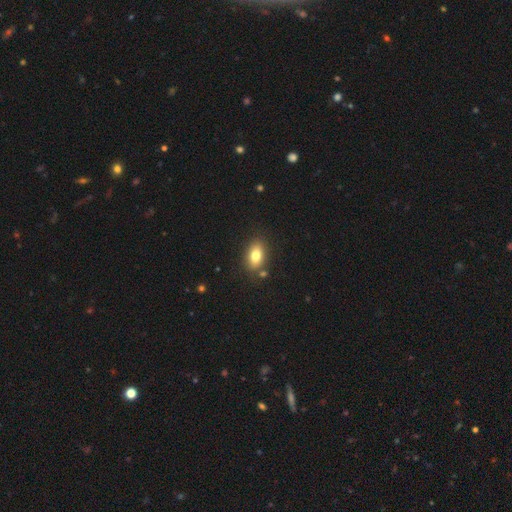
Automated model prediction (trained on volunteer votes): A smooth galaxy with no disk features (79%) that is in between round and cigar-shaped (86%). Merging: none (81%).